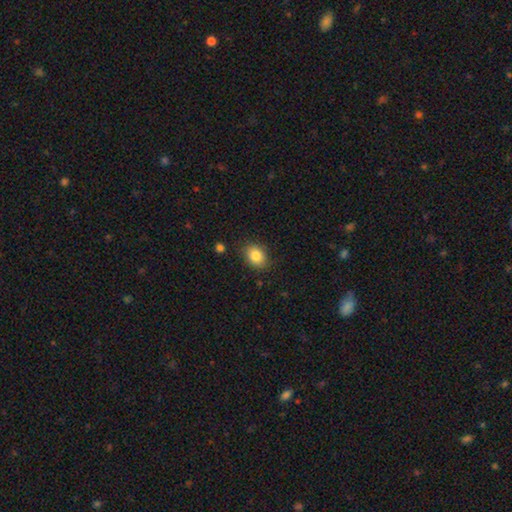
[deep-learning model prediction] Smooth or featured? Predicted: smooth (p=0.84). How rounded? Predicted: in between (p=0.61). Merging? Predicted: none (p=0.83).